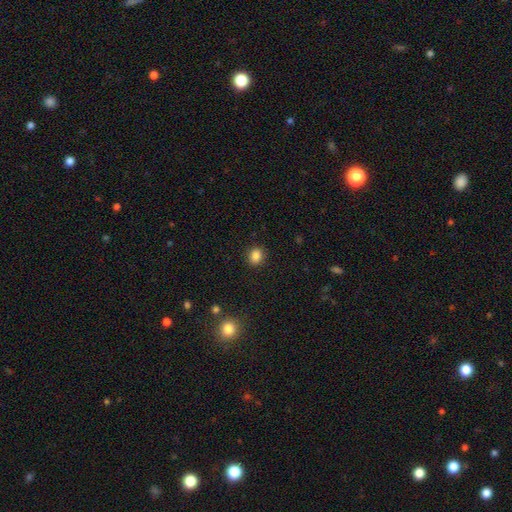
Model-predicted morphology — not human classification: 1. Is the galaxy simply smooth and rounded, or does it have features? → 85% smooth, 11% star or artifact, 4% featured or disk.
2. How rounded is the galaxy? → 71% round, 28% in between, 1% cigar-shaped.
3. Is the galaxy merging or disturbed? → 90% none, 7% minor disturbance, 2% major disturbance, 1% merger.